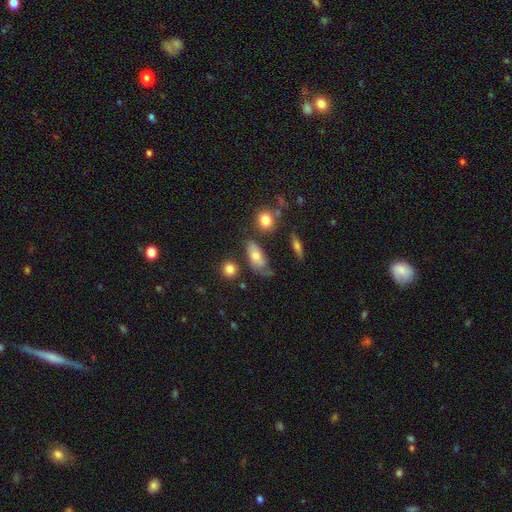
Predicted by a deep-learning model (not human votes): smooth_or_featured: smooth (p=0.67) [alt: featured or disk p=0.23]
how_rounded: in between (p=0.80) [alt: cigar-shaped p=0.11]
merging: none (p=0.50) [alt: minor disturbance p=0.30]